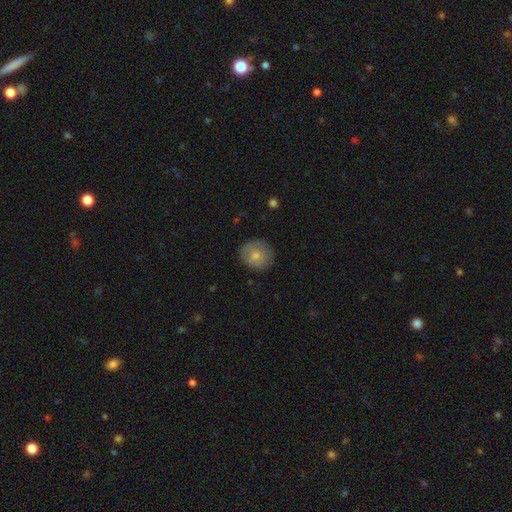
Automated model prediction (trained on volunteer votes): smooth-or-featured: smooth: 74% | featured or disk: 19% | star or artifact: 7%
  how-rounded: round: 82% | in between: 17% | cigar-shaped: 1%
  merging: none: 80% | minor disturbance: 15% | major disturbance: 4% | merger: 1%